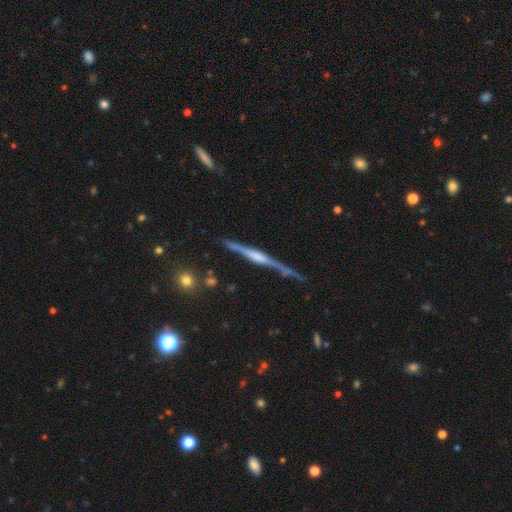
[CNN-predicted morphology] smooth-or-featured: featured or disk: 82% | smooth: 12% | star or artifact: 6%
  disk-edge-on: yes: 97% | no: 3%
    edge-on-bulge: rounded: 50% | boxy: 31% | none: 19%
  merging: none: 77% | minor disturbance: 16% | major disturbance: 4% | merger: 3%